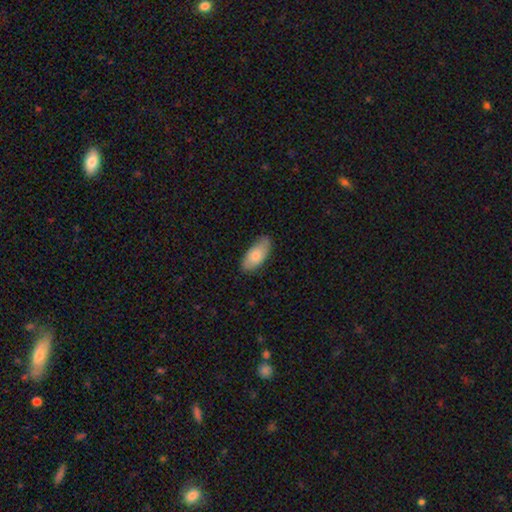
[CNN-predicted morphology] Smooth or featured? smooth (79%)
How rounded? in between (91%)
Merging? none (78%)